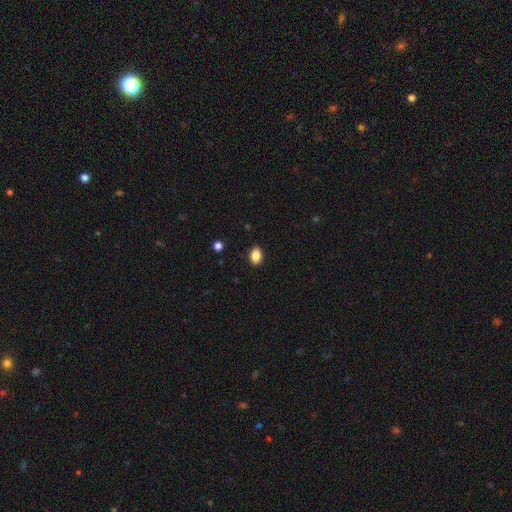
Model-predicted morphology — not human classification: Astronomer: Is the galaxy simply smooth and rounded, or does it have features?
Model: smooth — 87%.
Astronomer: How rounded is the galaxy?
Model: in between — 79%.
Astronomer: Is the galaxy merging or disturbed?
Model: none — 90%.